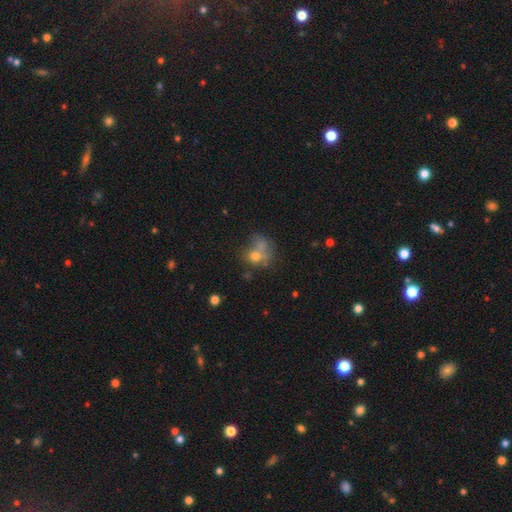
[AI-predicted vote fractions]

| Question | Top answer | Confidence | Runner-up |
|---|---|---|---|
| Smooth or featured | smooth | 61% | featured or disk (23%) |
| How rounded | round | 65% | in between (34%) |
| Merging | merger | 41% | none (31%) |